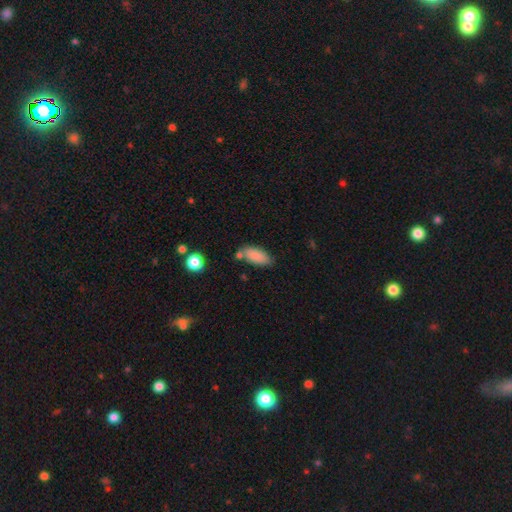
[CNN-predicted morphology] smooth 86%, star or artifact 8%, featured or disk 7%. Down the decision tree: how rounded — in between (83%); merging — none (66%).